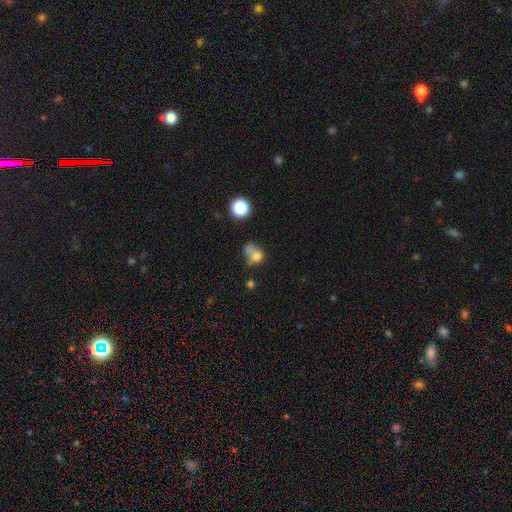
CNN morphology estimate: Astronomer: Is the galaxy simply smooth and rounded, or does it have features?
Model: smooth — 71%.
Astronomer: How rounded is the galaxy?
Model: round — 52% (runner-up: in between, 47%).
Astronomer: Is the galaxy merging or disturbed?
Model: merger — 30% (runner-up: none, 26%).